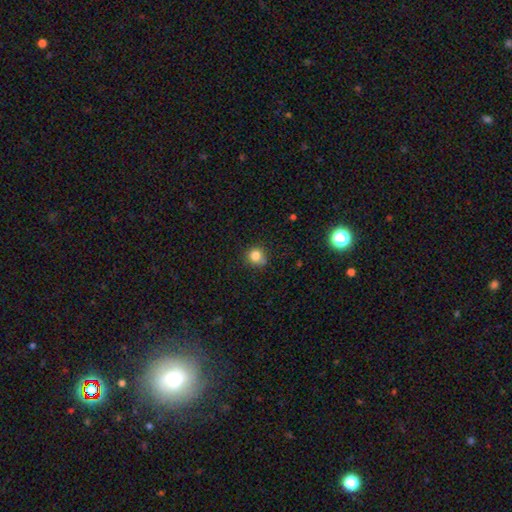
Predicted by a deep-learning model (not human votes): smooth_or_featured: smooth (p=0.82) [alt: star or artifact p=0.12]
how_rounded: round (p=0.88) [alt: in between p=0.11]
merging: none (p=0.71) [alt: minor disturbance p=0.18]